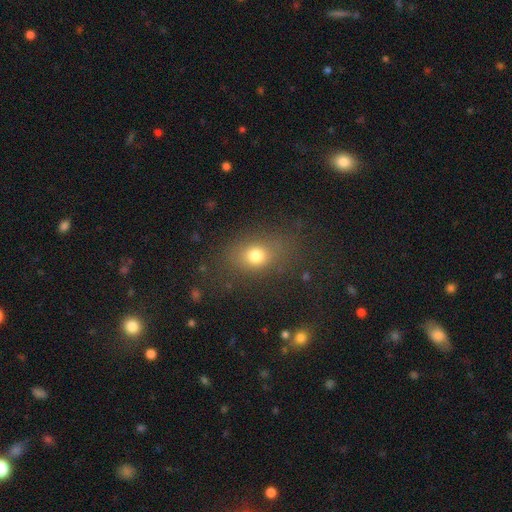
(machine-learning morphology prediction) A smooth galaxy with no disk features (75%) that is in between round and cigar-shaped (59%).

Vote fractions:
- Smooth or featured? smooth: 75% / star or artifact: 14% / featured or disk: 10%
- How rounded? in between: 59% / round: 39% / cigar-shaped: 2%
- Merging? none: 72% / minor disturbance: 15% / major disturbance: 10% / merger: 2%